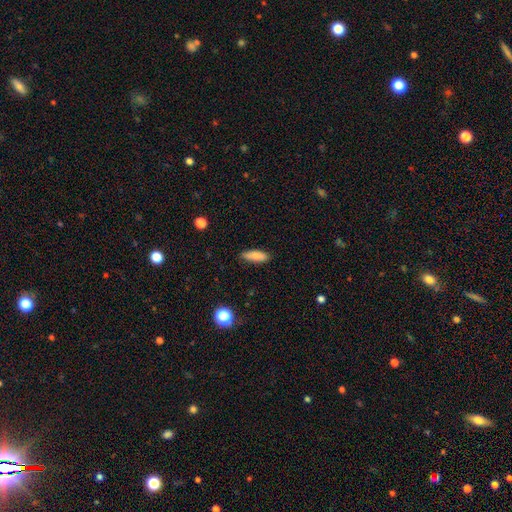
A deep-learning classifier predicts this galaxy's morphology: Smooth or featured? smooth (80%)
How rounded? in between (60%)
Merging? none (85%)